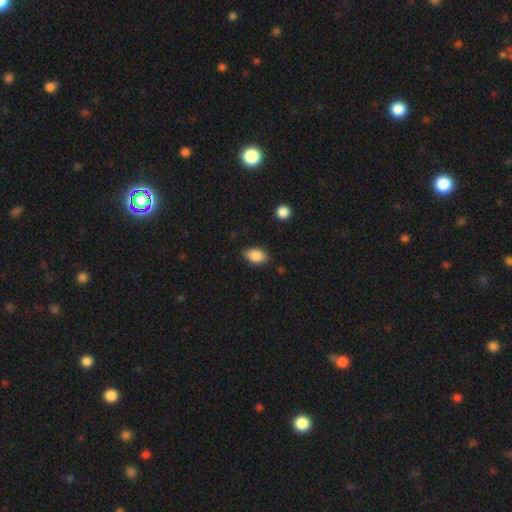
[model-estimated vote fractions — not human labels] smooth 88%, star or artifact 7%, featured or disk 5%. Down the decision tree: how rounded — in between (90%); merging — none (84%).